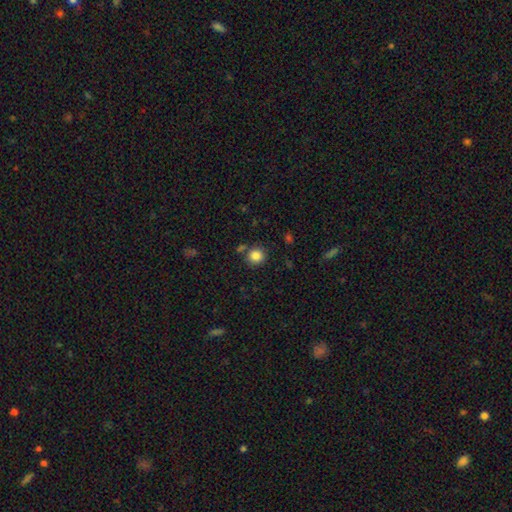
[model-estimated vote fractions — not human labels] Q: Smooth or featured?
A: smooth (85%); runner-up: star or artifact (11%)
Q: How rounded?
A: round (90%); runner-up: in between (9%)
Q: Merging?
A: none (81%); runner-up: minor disturbance (9%)